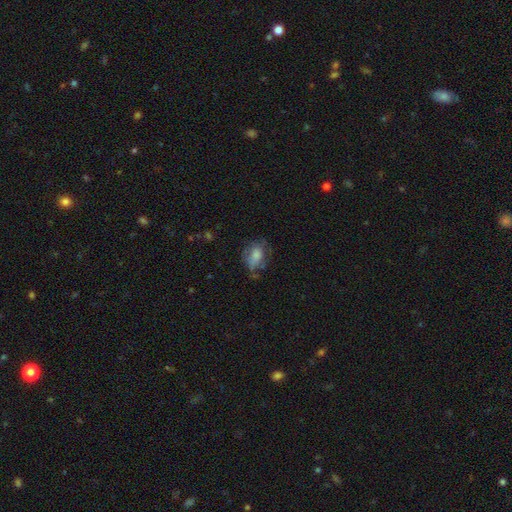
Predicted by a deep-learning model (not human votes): The model was most divided on "merging": none: 48%, minor disturbance: 29%, major disturbance: 20%, merger: 3%. More confident: how rounded — in between (76%); smooth or featured — smooth (66%).